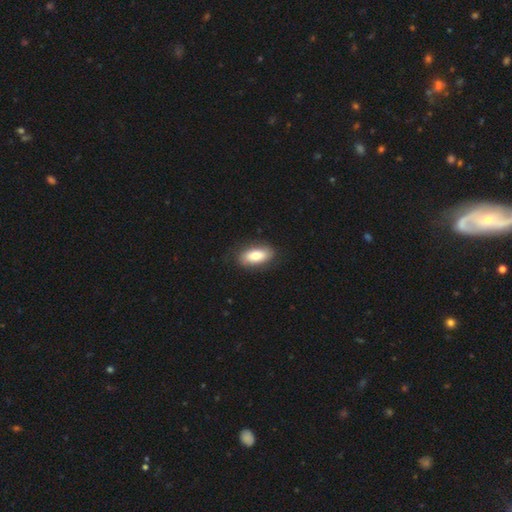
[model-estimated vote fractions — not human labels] Smooth or featured?
  - smooth: 79% *
  - featured or disk: 15%
  - star or artifact: 6%
How rounded?
  - in between: 90% *
  - cigar-shaped: 7%
  - round: 3%
Merging?
  - none: 81% *
  - minor disturbance: 14%
  - major disturbance: 4%
  - merger: 1%